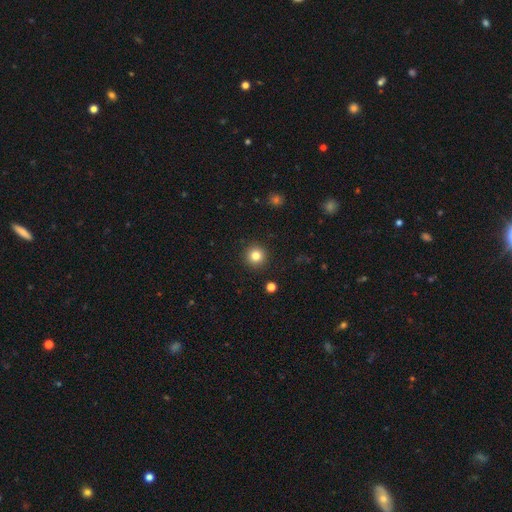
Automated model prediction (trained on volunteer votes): A smooth galaxy with no disk features (82%) that is round (95%). Merging: none (92%).